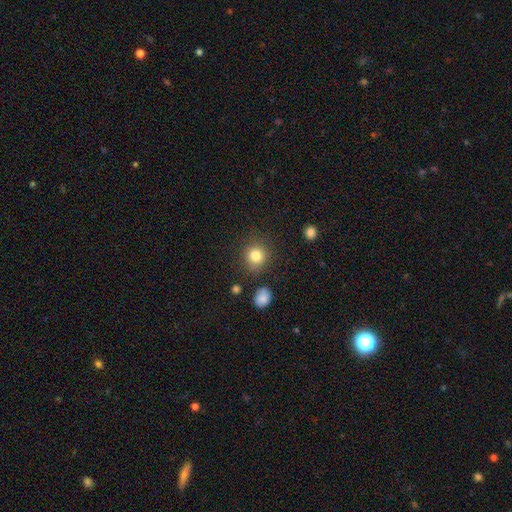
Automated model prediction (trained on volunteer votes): Smooth or featured?
  - smooth: 82% *
  - star or artifact: 11%
  - featured or disk: 6%
How rounded?
  - round: 88% *
  - in between: 12%
  - cigar-shaped: 1%
Merging?
  - none: 82% *
  - minor disturbance: 11%
  - major disturbance: 4%
  - merger: 3%